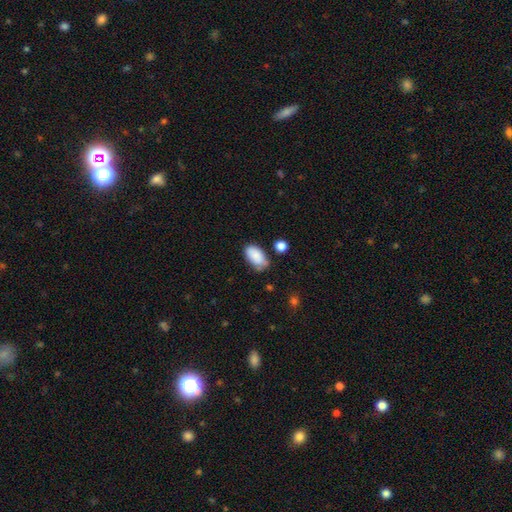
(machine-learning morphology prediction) This appears to be a smooth galaxy with no disk features (84%) that is in between round and cigar-shaped (93%). Merging: none (58%).